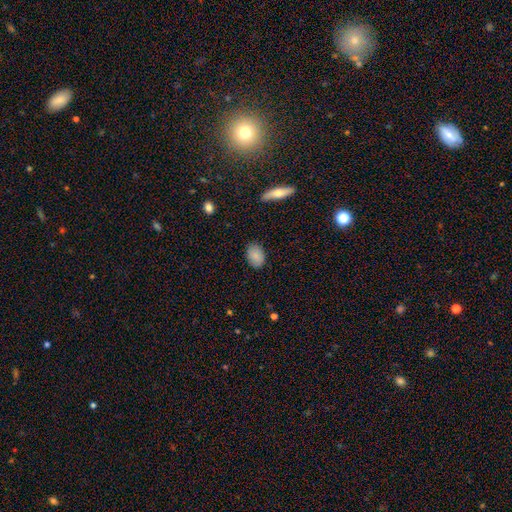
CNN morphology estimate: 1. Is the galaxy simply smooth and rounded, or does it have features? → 86% smooth, 7% star or artifact, 7% featured or disk.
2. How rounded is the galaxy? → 82% in between, 16% round, 2% cigar-shaped.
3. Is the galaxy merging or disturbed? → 86% none, 11% minor disturbance, 2% major disturbance, 1% merger.